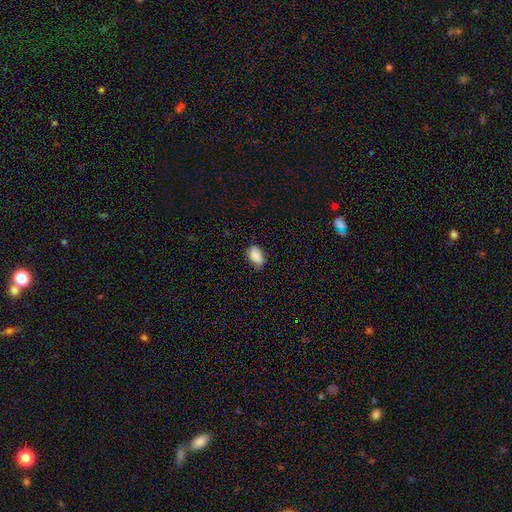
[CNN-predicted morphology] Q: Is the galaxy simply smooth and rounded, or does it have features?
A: smooth — 87%.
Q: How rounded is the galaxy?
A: in between — 90%.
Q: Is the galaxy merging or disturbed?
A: none — 70%.